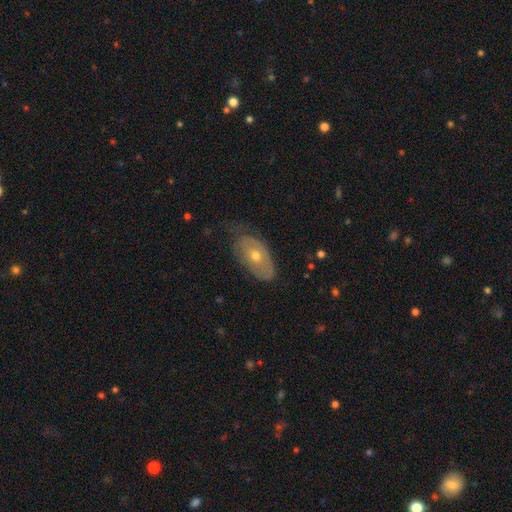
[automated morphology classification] Smooth or featured: featured or disk — 49% (smooth — 44%)
Merging: none — 54% (minor disturbance — 32%)